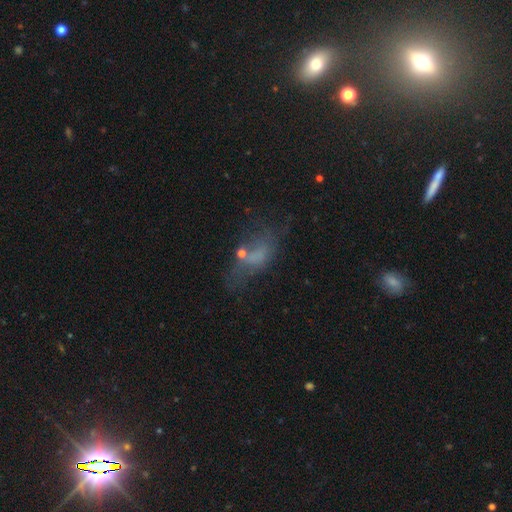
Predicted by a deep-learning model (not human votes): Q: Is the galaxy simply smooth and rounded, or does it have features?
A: smooth — 43%.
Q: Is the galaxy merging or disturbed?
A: none — 38%.